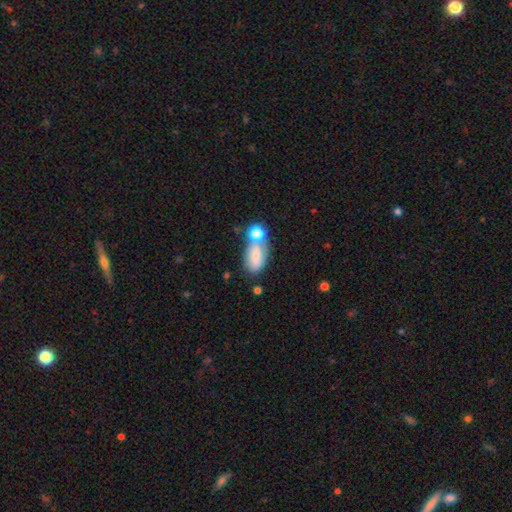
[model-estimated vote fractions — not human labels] A smooth galaxy with no disk features (66%) that is in between round and cigar-shaped (87%).

Vote fractions:
- Smooth or featured? smooth: 66% / featured or disk: 24% / star or artifact: 10%
- How rounded? in between: 87% / round: 9% / cigar-shaped: 4%
- Merging? merger: 37% / none: 36% / minor disturbance: 18% / major disturbance: 10%